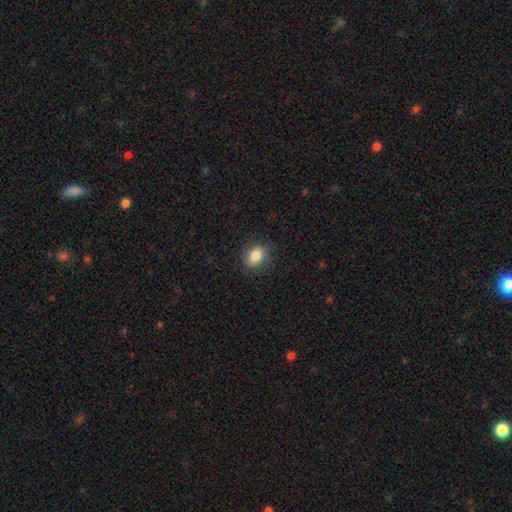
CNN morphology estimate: Smooth or featured? smooth (84%)
How rounded? in between (63%)
Merging? none (85%)